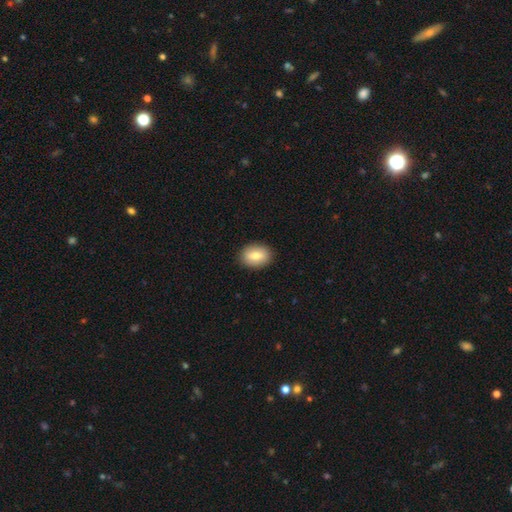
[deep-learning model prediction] Smooth or featured?
  - smooth: 77% *
  - featured or disk: 16%
  - star or artifact: 7%
How rounded?
  - in between: 72% *
  - round: 27%
  - cigar-shaped: 1%
Merging?
  - none: 90% *
  - minor disturbance: 7%
  - major disturbance: 2%
  - merger: 1%